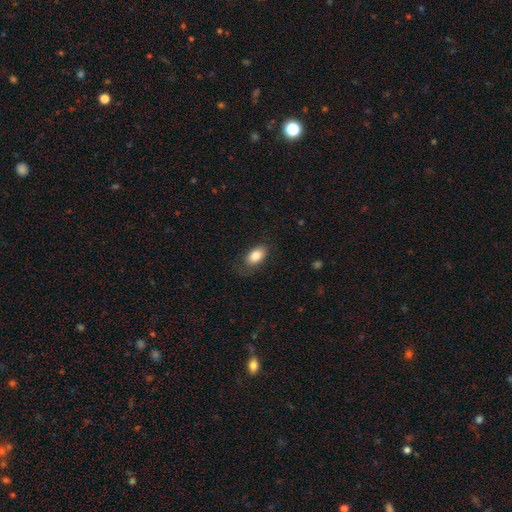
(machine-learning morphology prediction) The model was most divided on "merging": none: 76%, minor disturbance: 17%, major disturbance: 6%, merger: 1%. More confident: how rounded — in between (92%); smooth or featured — smooth (84%).